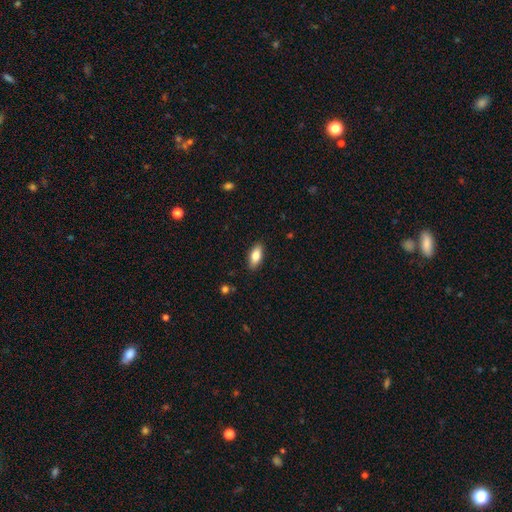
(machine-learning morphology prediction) Smooth or featured? Predicted: smooth (p=0.77). How rounded? Predicted: in between (p=0.82). Merging? Predicted: none (p=0.88).